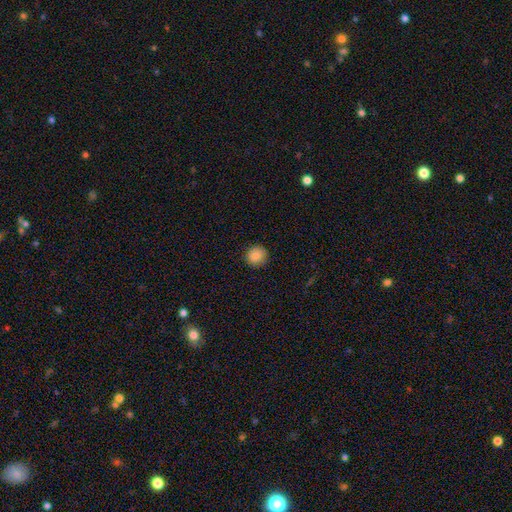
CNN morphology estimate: smooth 87%, star or artifact 9%, featured or disk 3%. Down the decision tree: how rounded — round (89%); merging — none (90%).